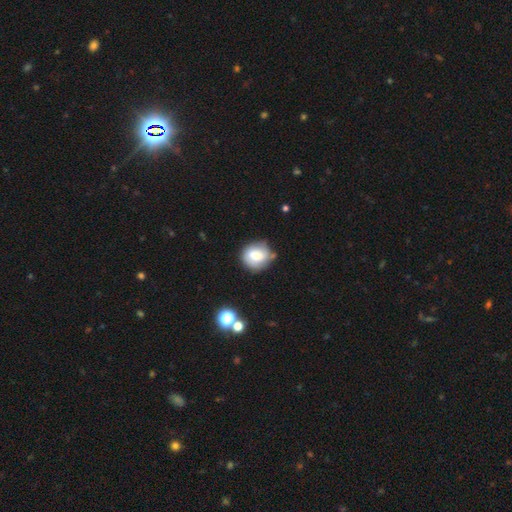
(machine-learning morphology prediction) A smooth galaxy with no disk features (73%) that is round (80%).

Vote fractions:
- Smooth or featured? smooth: 73% / featured or disk: 18% / star or artifact: 9%
- How rounded? round: 80% / in between: 19% / cigar-shaped: 1%
- Merging? none: 66% / minor disturbance: 22% / major disturbance: 6% / merger: 6%